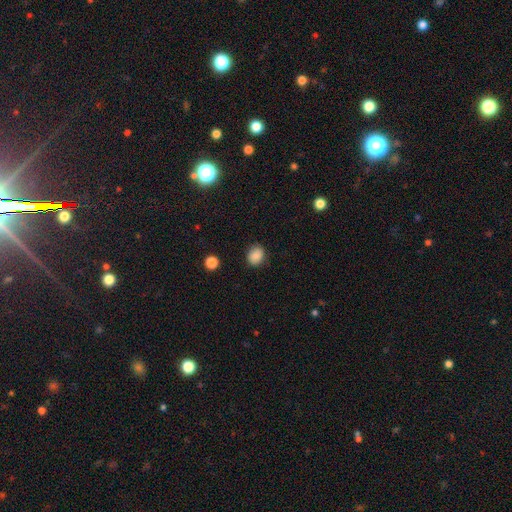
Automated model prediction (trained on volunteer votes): This is clearly a smooth galaxy (87%). How rounded: possibly in between (50%). Merging: clearly none (84%).